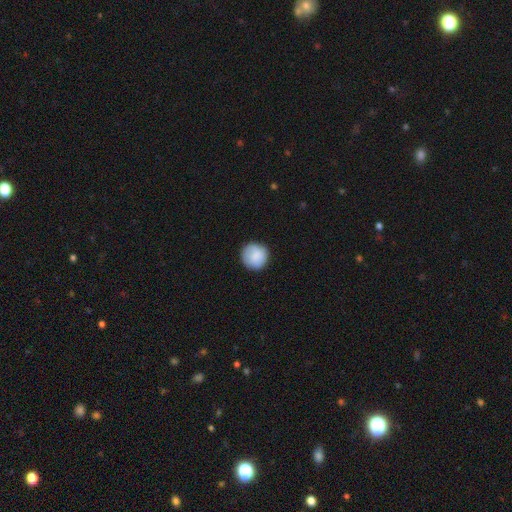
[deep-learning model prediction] This is clearly a smooth galaxy (85%). How rounded: clearly round (94%). Merging: clearly none (86%).